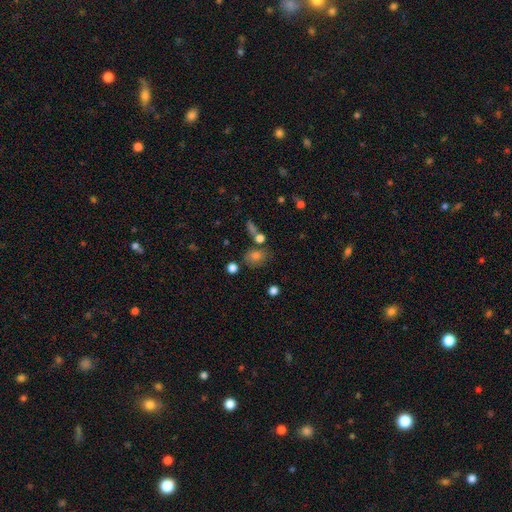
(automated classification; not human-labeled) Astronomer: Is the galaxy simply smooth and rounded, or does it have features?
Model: smooth — 75%.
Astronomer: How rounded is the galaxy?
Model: in between — 53% (runner-up: round, 45%).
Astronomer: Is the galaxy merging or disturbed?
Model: none — 65%.